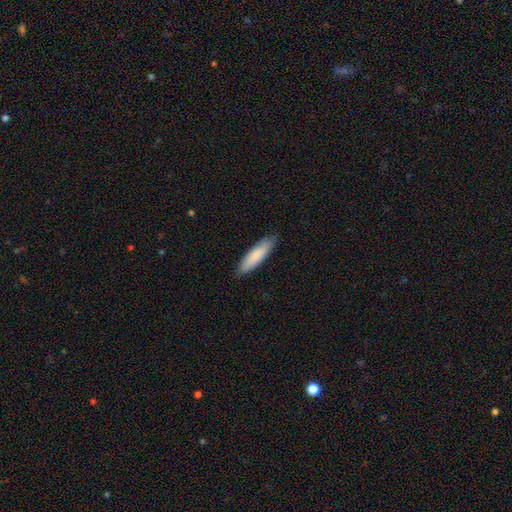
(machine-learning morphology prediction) Smooth or featured?
  - smooth: 84% *
  - featured or disk: 11%
  - star or artifact: 5%
How rounded?
  - cigar-shaped: 69% *
  - in between: 29%
  - round: 1%
Merging?
  - none: 88% *
  - minor disturbance: 9%
  - major disturbance: 2%
  - merger: 1%